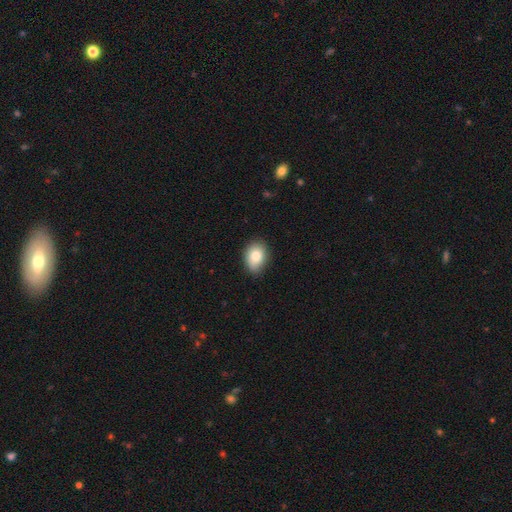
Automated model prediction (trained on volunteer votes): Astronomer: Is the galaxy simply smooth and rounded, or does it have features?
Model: smooth — 83%.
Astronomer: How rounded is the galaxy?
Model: in between — 75%.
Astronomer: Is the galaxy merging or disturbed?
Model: none — 77%.